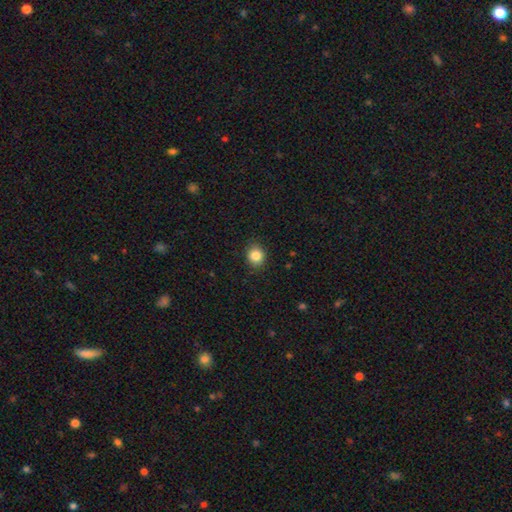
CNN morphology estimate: The model was most divided on "how rounded": round: 73%, in between: 26%, cigar-shaped: 1%. More confident: merging — none (87%); smooth or featured — smooth (85%).